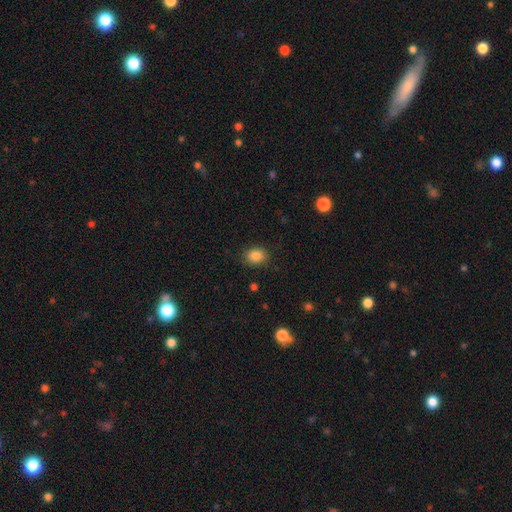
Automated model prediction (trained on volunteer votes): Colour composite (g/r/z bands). It shows a smooth galaxy with no disk features (86%) that is in between round and cigar-shaped (60%). Merging: none (85%).